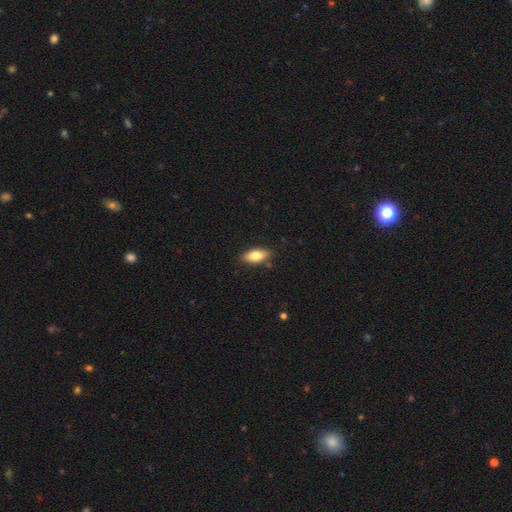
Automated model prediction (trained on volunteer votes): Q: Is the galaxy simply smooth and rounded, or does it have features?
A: smooth — 76%.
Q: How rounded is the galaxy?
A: in between — 85%.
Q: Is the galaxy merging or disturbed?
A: none — 85%.